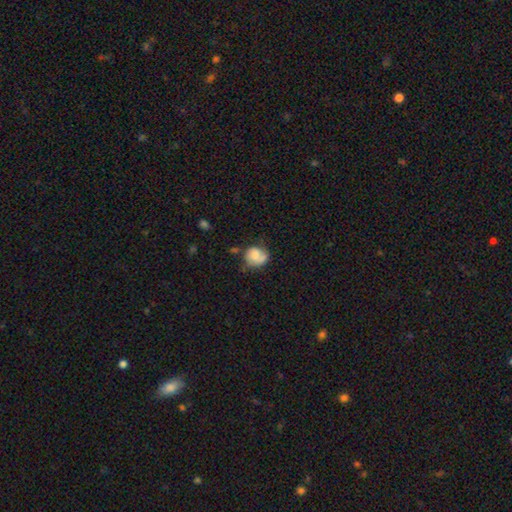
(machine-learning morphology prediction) Smooth or featured? smooth (59%)
How rounded? round (68%)
Merging? none (49%)